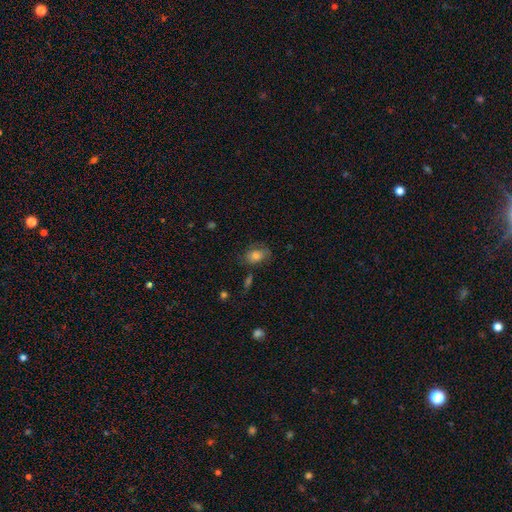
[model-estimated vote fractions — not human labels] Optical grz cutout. It shows a smooth galaxy with no disk features (70%) that is in between round and cigar-shaped (76%). Merging: none (63%).